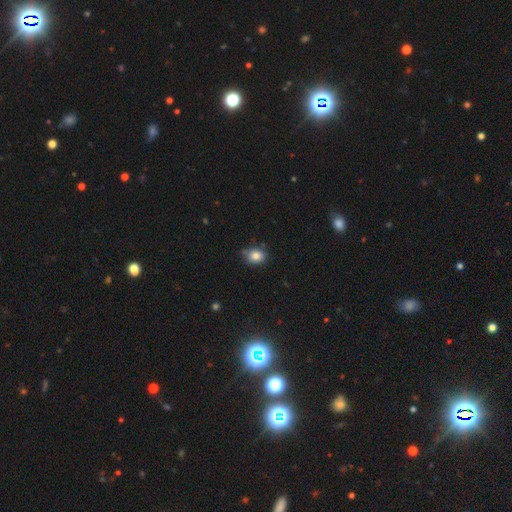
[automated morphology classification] smooth-or-featured: smooth: 83% | star or artifact: 10% | featured or disk: 7%
  how-rounded: in between: 50% | round: 49% | cigar-shaped: 1%
  merging: none: 75% | minor disturbance: 20% | major disturbance: 3% | merger: 2%